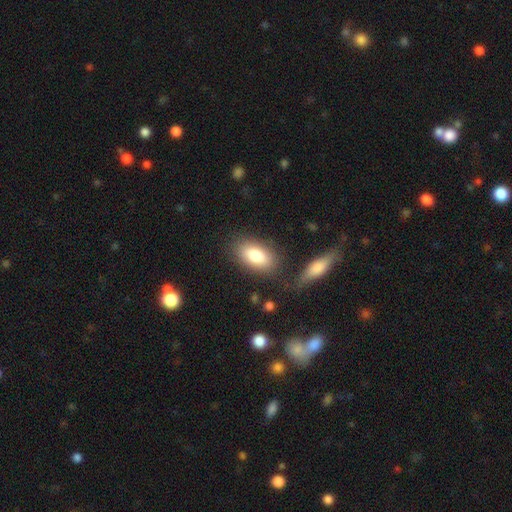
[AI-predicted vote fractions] Smooth or featured? smooth (82%)
How rounded? in between (91%)
Merging? none (77%)